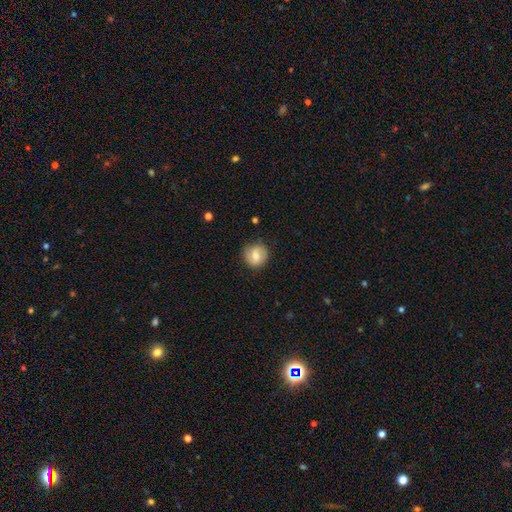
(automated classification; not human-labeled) Smooth or featured: smooth — 60% (featured or disk — 33%)
How rounded: round — 87% (in between — 12%)
Merging: none — 81% (minor disturbance — 15%)